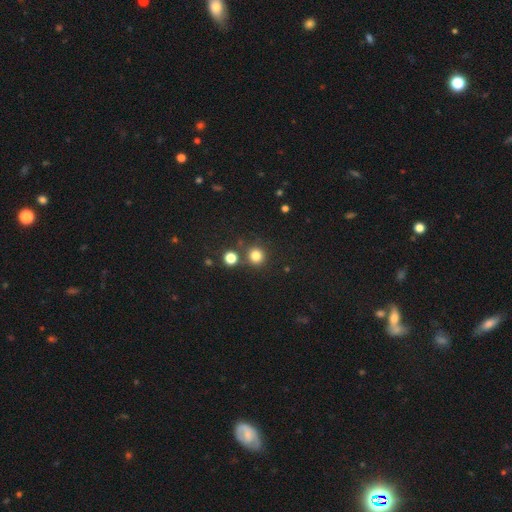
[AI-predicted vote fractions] The model was most divided on "smooth or featured": smooth: 80%, star or artifact: 15%, featured or disk: 5%. More confident: how rounded — round (92%); merging — none (78%).